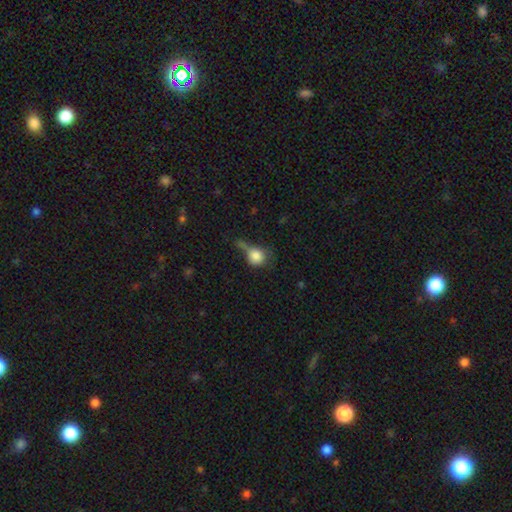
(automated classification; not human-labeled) Smooth or featured? Predicted: smooth (p=0.80). How rounded? Predicted: round (p=0.80). Merging? Predicted: none (p=0.31).